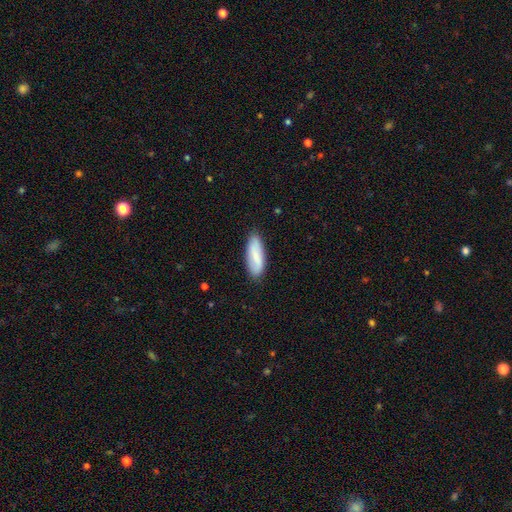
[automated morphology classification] type=smooth (77%); roundness=in between (63%); merging=none (85%).